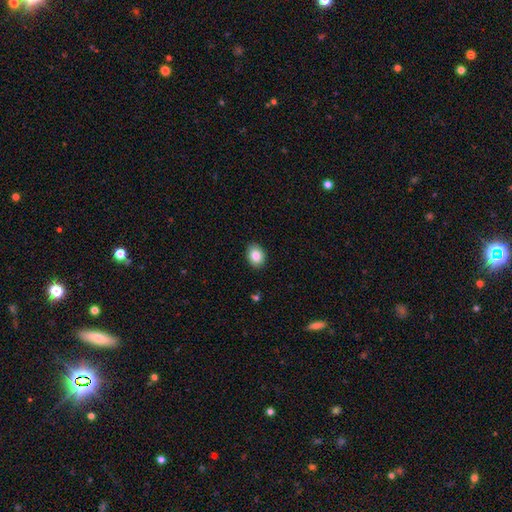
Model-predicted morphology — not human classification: Q: Smooth or featured?
A: smooth (85%); runner-up: star or artifact (8%)
Q: How rounded?
A: in between (65%); runner-up: round (34%)
Q: Merging?
A: none (89%); runner-up: minor disturbance (8%)